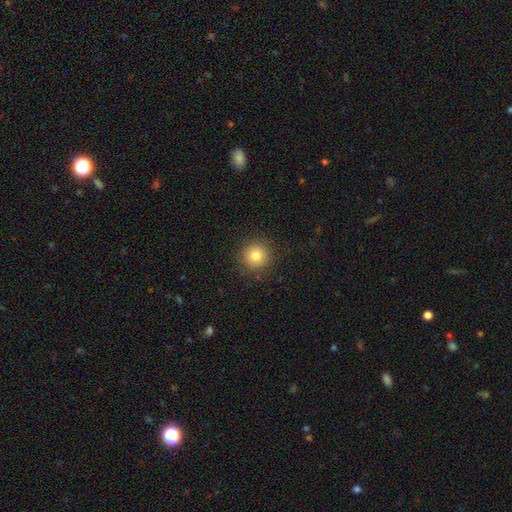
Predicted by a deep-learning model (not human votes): Smooth or featured?
  - smooth: 80% *
  - star or artifact: 12%
  - featured or disk: 8%
How rounded?
  - round: 94% *
  - in between: 5%
  - cigar-shaped: 1%
Merging?
  - none: 90% *
  - minor disturbance: 7%
  - major disturbance: 2%
  - merger: 1%